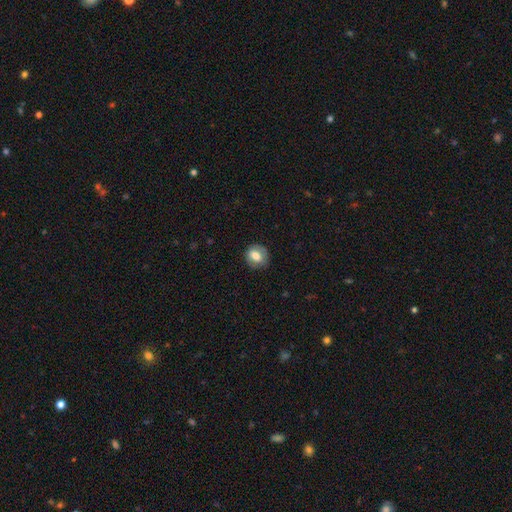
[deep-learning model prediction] The model was most divided on "how rounded": round: 68%, in between: 31%, cigar-shaped: 1%. More confident: merging — none (78%); smooth or featured — smooth (69%).